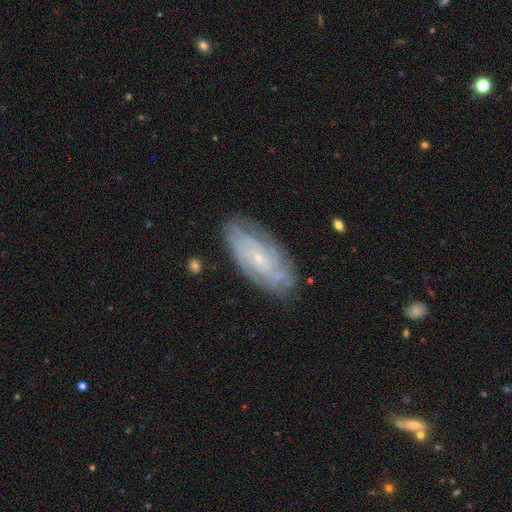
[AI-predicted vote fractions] Smooth or featured?
  - featured or disk: 66% *
  - smooth: 23%
  - star or artifact: 10%
Edge-on disk?
  - no: 89% *
  - yes: 11%
Bar?
  - no: 67% *
  - weak: 27%
  - strong: 6%
Spiral arms?
  - yes: 87% *
  - no: 13%
Spiral winding?
  - tight: 63% *
  - medium: 28%
  - loose: 9%
Spiral arm count?
  - can't tell: 52% *
  - 2: 18%
  - 3: 10%
  - 4: 9%
  - more than 4: 6%
  - 1: 5%
Bulge size?
  - small: 77% *
  - moderate: 17%
  - none: 4%
  - large: 1%
  - dominant: 1%
Merging?
  - none: 82% *
  - minor disturbance: 13%
  - major disturbance: 3%
  - merger: 1%